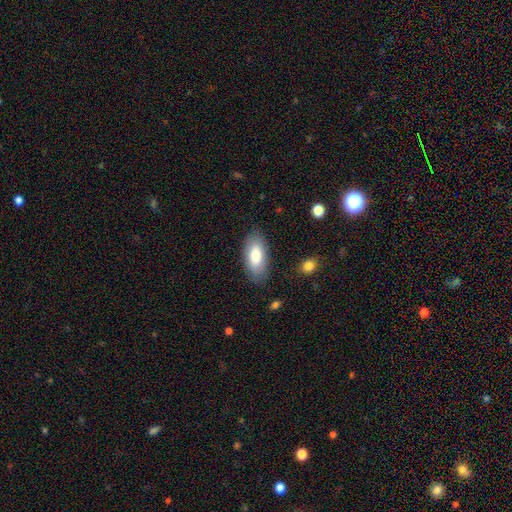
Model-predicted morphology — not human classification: This appears to be a smooth galaxy with no disk features (80%) that is in between round and cigar-shaped (91%). Merging: none (84%).